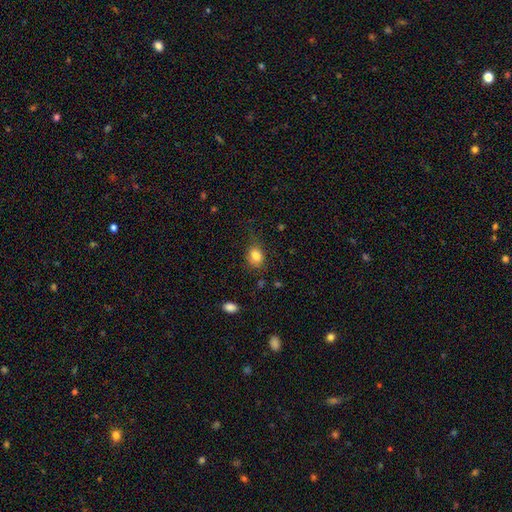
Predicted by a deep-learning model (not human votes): Smooth or featured: smooth — 83% (star or artifact — 10%)
How rounded: in between — 61% (round — 38%)
Merging: none — 69% (minor disturbance — 22%)